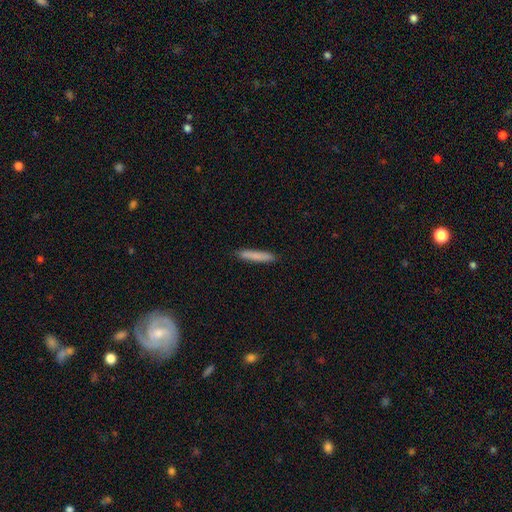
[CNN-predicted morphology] Smooth or featured? smooth (83%)
How rounded? cigar-shaped (93%)
Merging? none (89%)